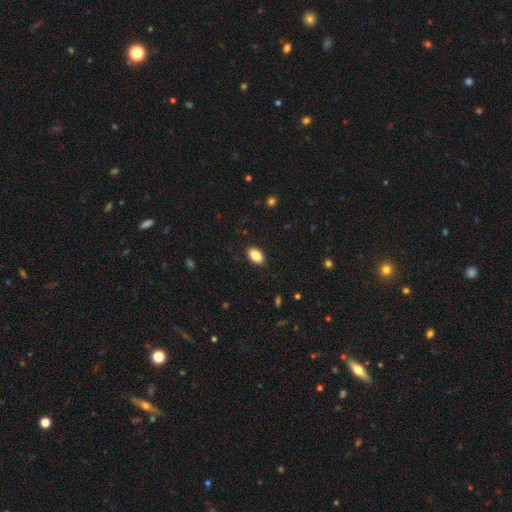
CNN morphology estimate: Smooth or featured: smooth — 88% (star or artifact — 7%)
How rounded: in between — 93% (round — 6%)
Merging: none — 88% (minor disturbance — 9%)